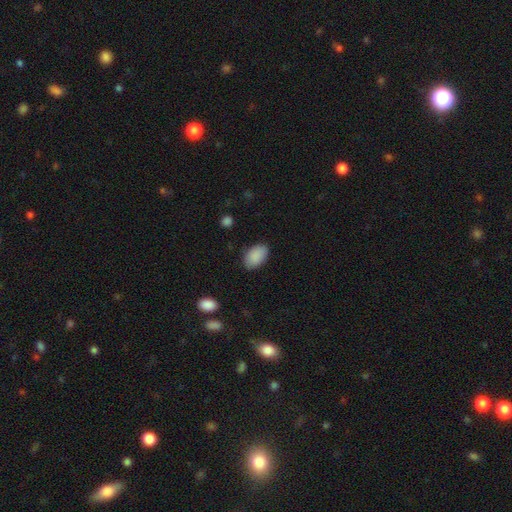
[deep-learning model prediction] smooth_or_featured: smooth (p=0.90) [alt: star or artifact p=0.07]
how_rounded: in between (p=0.92) [alt: round p=0.07]
merging: none (p=0.83) [alt: minor disturbance p=0.12]